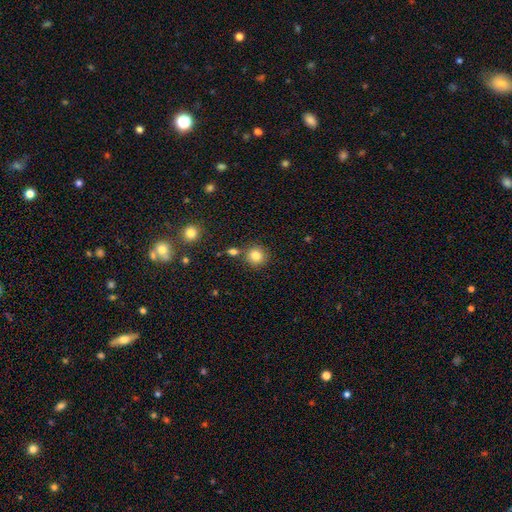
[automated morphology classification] A smooth galaxy with no disk features (83%) that is round (91%). Merging: none (80%).